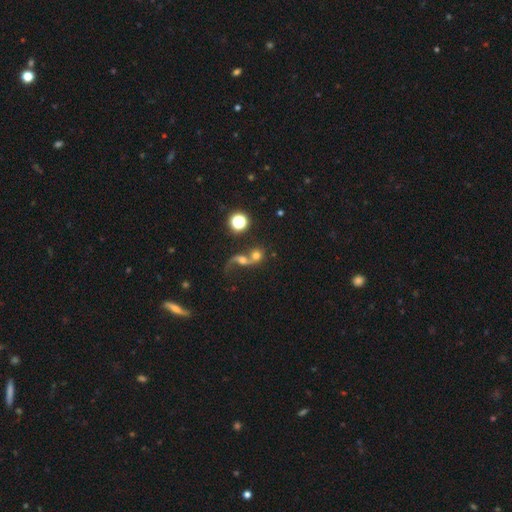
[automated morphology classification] Smooth or featured? smooth (43%)
Merging? merger (41%)